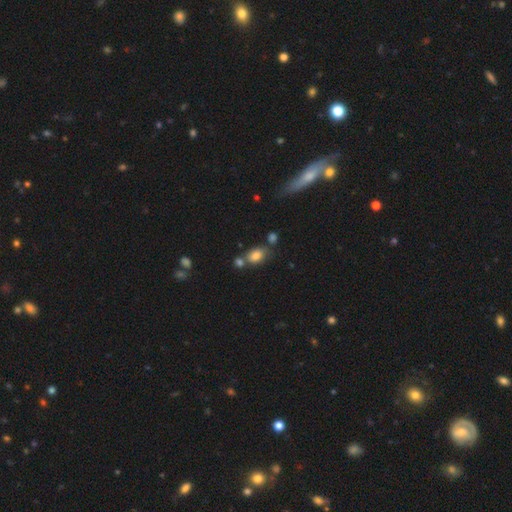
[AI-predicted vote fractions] Smooth or featured: smooth — 80% (star or artifact — 10%)
How rounded: in between — 79% (round — 19%)
Merging: none — 55% (merger — 26%)